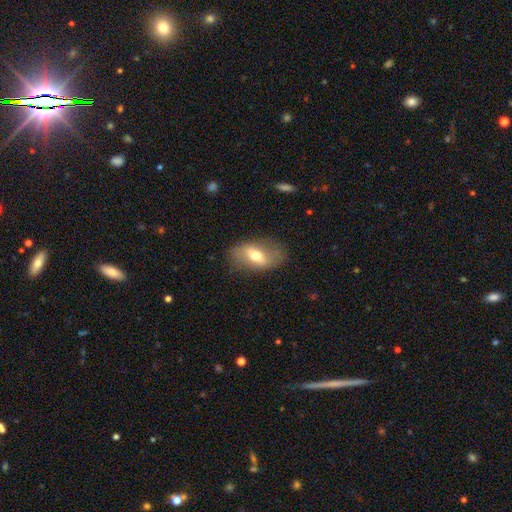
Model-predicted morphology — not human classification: This is possibly a smooth galaxy (50%). How rounded: clearly in between (86%). Merging: likely none (74%).